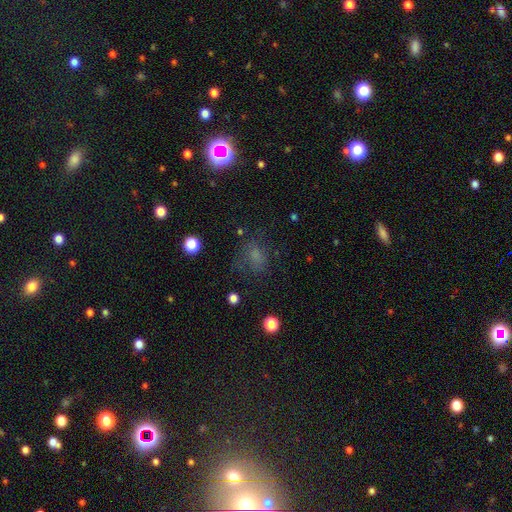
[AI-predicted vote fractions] Smooth or featured: smooth — 57% (star or artifact — 25%)
How rounded: round — 51% (in between — 47%)
Merging: none — 56% (minor disturbance — 21%)